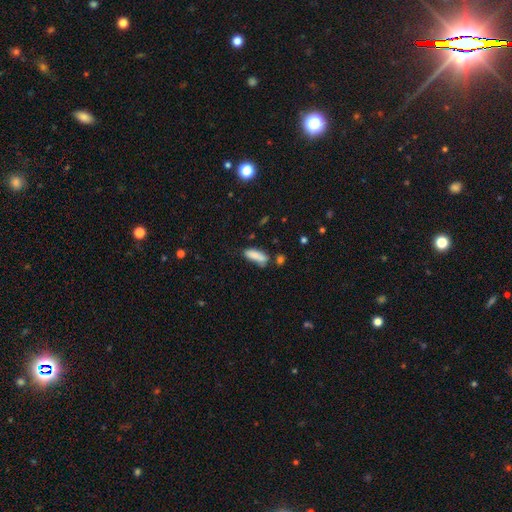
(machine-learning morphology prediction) Smooth or featured? Predicted: smooth (p=0.83). How rounded? Predicted: in between (p=0.63). Merging? Predicted: none (p=0.53).